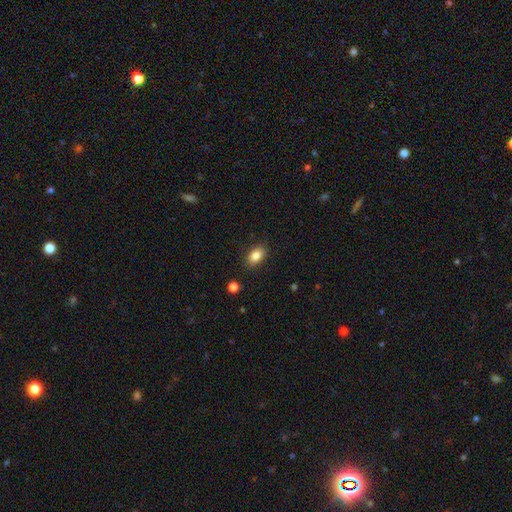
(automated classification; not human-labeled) A smooth galaxy with no disk features (84%) that is in between round and cigar-shaped (86%).

Vote fractions:
- Smooth or featured? smooth: 84% / star or artifact: 9% / featured or disk: 7%
- How rounded? in between: 86% / round: 12% / cigar-shaped: 2%
- Merging? none: 87% / minor disturbance: 10% / major disturbance: 2% / merger: 1%